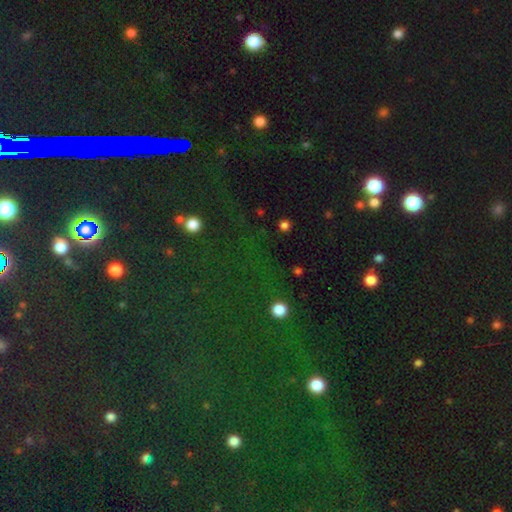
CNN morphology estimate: star or artifact 70%, smooth 18%, featured or disk 12%.